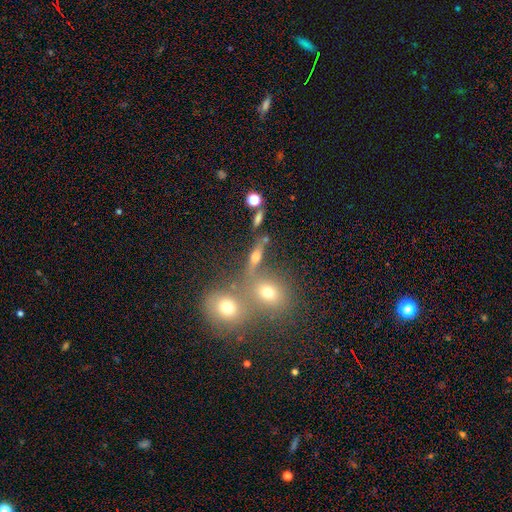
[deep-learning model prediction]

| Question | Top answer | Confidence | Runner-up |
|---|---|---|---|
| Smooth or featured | smooth | 43% | featured or disk (35%) |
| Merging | none | 56% | merger (26%) |